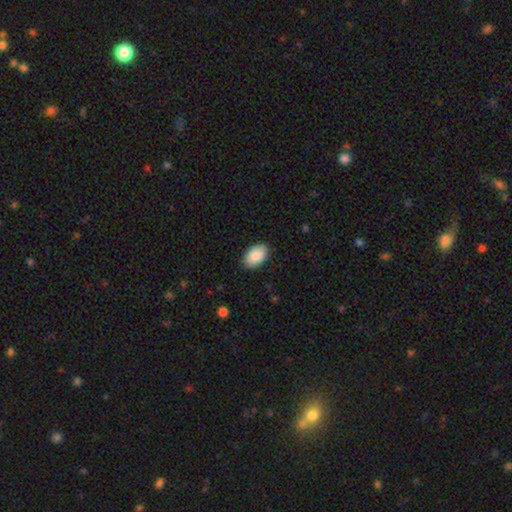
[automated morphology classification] Smooth or featured? smooth (89%)
How rounded? in between (92%)
Merging? none (88%)